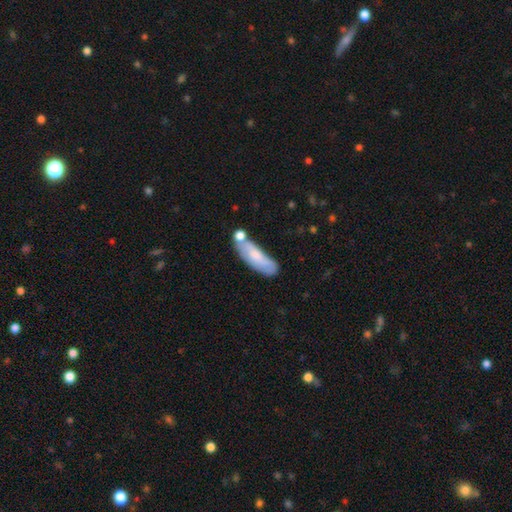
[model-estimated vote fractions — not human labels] smooth_or_featured: smooth (p=0.64) [alt: featured or disk p=0.29]
how_rounded: in between (p=0.50) [alt: cigar-shaped p=0.48]
merging: none (p=0.47) [alt: minor disturbance p=0.24]